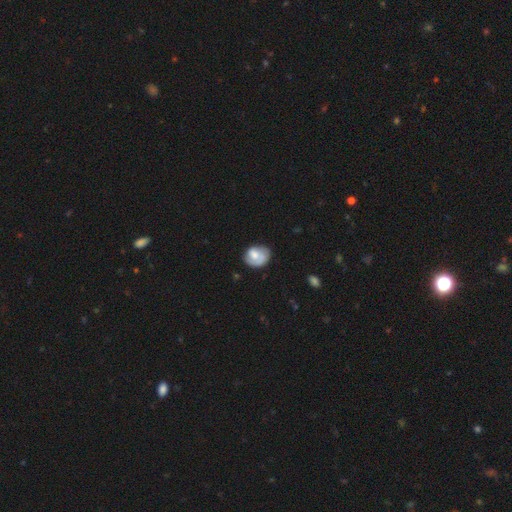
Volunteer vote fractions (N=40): Smooth or featured? 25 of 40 (62%) said smooth. How rounded? 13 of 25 (52%) said in between. Merging? 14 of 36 (39%) said none.